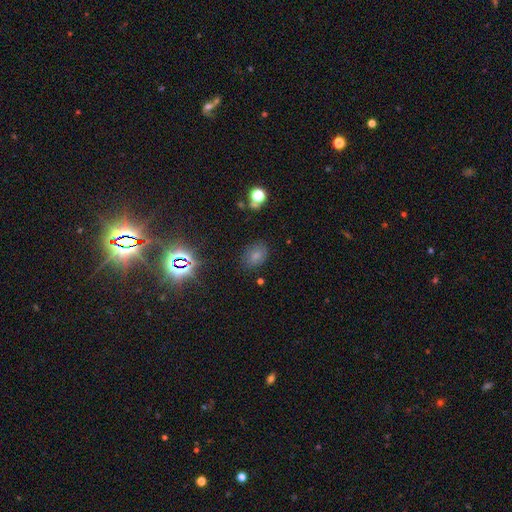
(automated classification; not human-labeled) A smooth galaxy with no disk features (71%) that is in between round and cigar-shaped (72%). Merging: none (79%).